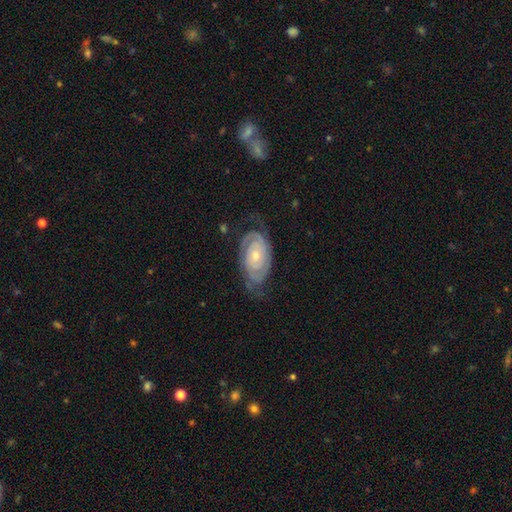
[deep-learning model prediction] Smooth or featured? featured or disk (86%)
Edge-on disk? no (96%)
Bar? no (74%)
Spiral arms? yes (96%)
Spiral winding? tight (75%)
Spiral arm count? 2 (65%)
Bulge size? small (55%)
Merging? none (67%)